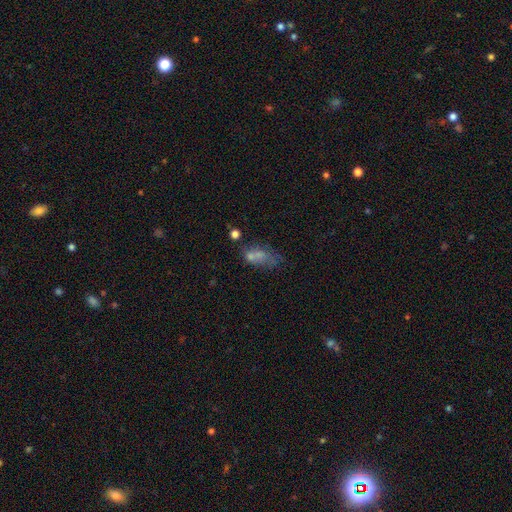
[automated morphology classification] smooth_or_featured: smooth (p=0.57) [alt: featured or disk p=0.28]
how_rounded: in between (p=0.81) [alt: round p=0.12]
merging: merger (p=0.29) [alt: none p=0.28]